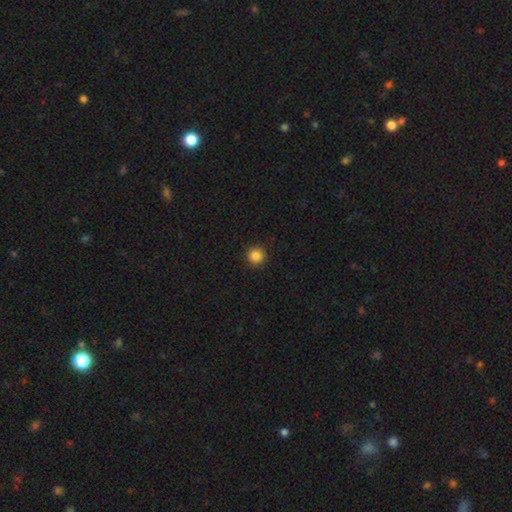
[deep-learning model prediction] Smooth or featured? smooth (86%)
How rounded? round (96%)
Merging? none (92%)